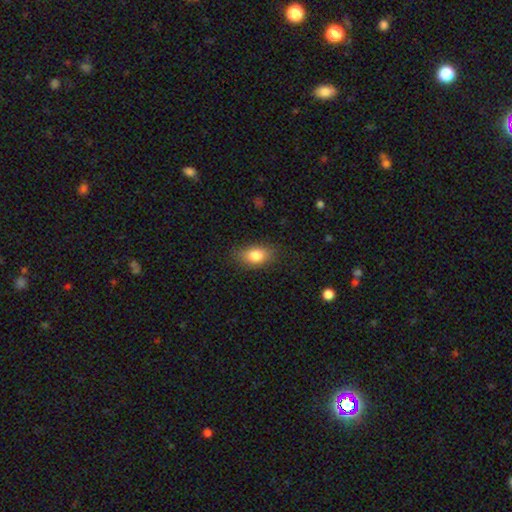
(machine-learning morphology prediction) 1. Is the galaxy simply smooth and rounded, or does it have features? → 82% smooth, 10% featured or disk, 8% star or artifact.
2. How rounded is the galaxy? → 84% in between, 14% round, 3% cigar-shaped.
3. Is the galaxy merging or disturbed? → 81% none, 14% minor disturbance, 4% major disturbance, 1% merger.